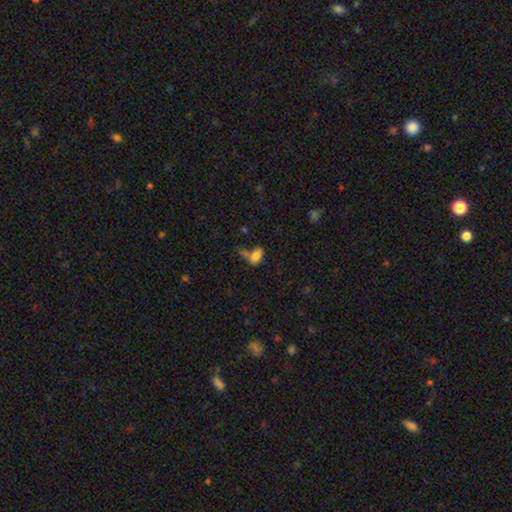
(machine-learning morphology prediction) The model was most divided on "merging": none: 42%, merger: 27%, minor disturbance: 20%, major disturbance: 11%. More confident: how rounded — in between (89%); smooth or featured — smooth (80%).